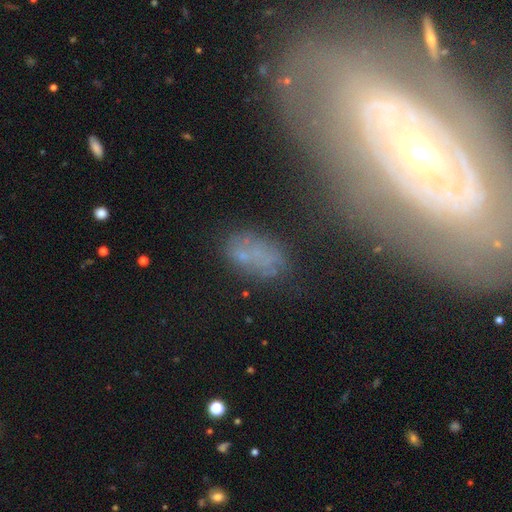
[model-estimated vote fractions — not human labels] Smooth or featured: smooth — 44% (featured or disk — 35%)
Merging: none — 62% (minor disturbance — 20%)